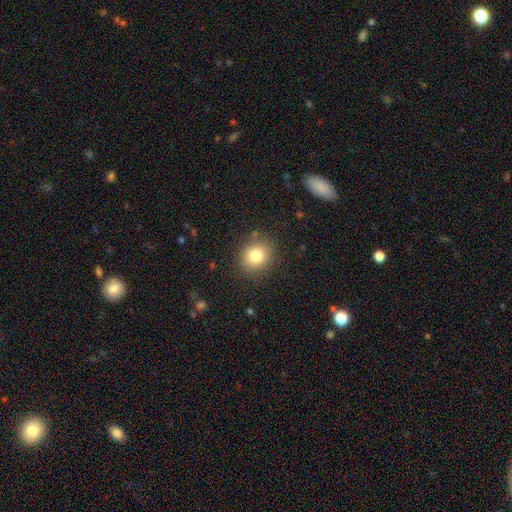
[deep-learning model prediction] Q: Smooth or featured?
A: smooth (79%); runner-up: star or artifact (12%)
Q: How rounded?
A: round (75%); runner-up: in between (24%)
Q: Merging?
A: none (86%); runner-up: minor disturbance (9%)